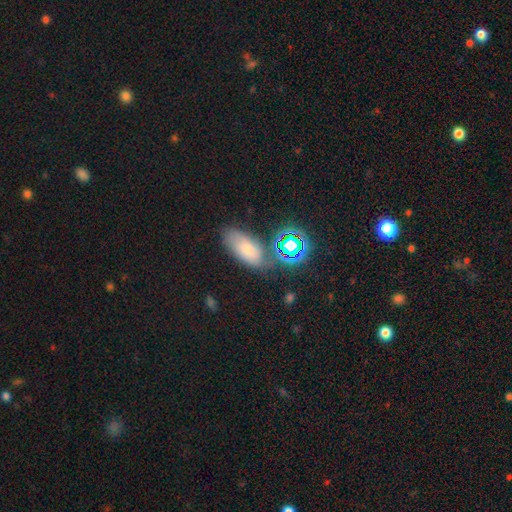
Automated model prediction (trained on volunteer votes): This is possibly a smooth galaxy (53%). How rounded: clearly in between (82%). Merging: likely none (72%).